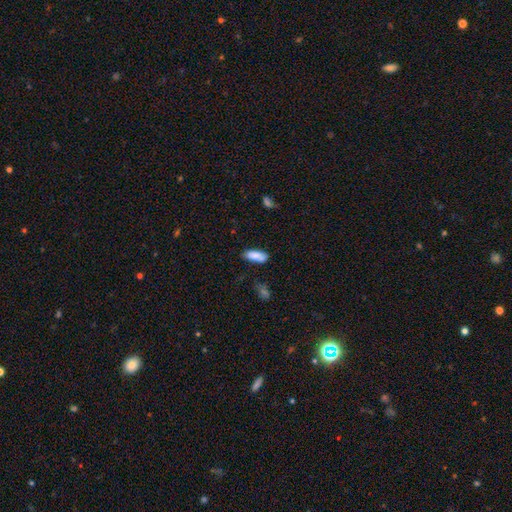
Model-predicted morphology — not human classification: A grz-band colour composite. It shows a smooth galaxy with no disk features (85%) that is in between round and cigar-shaped (72%). Merging: none (69%).